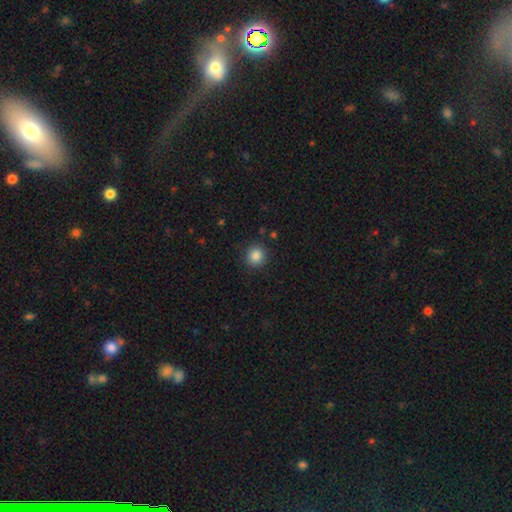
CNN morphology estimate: Smooth or featured: smooth — 85% (star or artifact — 10%)
How rounded: round — 92% (in between — 8%)
Merging: none — 90% (minor disturbance — 7%)